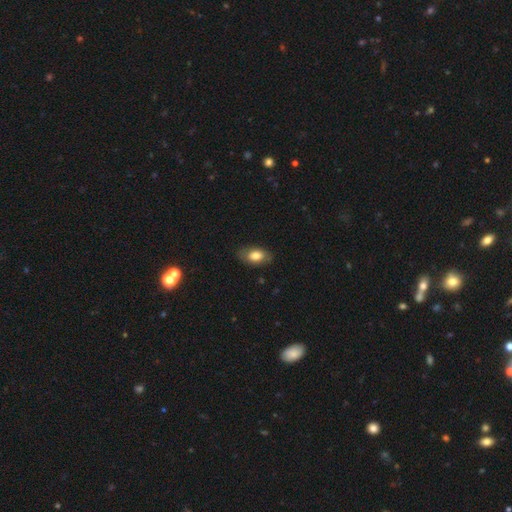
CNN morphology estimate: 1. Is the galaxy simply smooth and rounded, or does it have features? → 76% smooth, 17% featured or disk, 7% star or artifact.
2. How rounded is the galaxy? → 91% in between, 7% round, 2% cigar-shaped.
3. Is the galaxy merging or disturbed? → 79% none, 16% minor disturbance, 4% major disturbance, 1% merger.